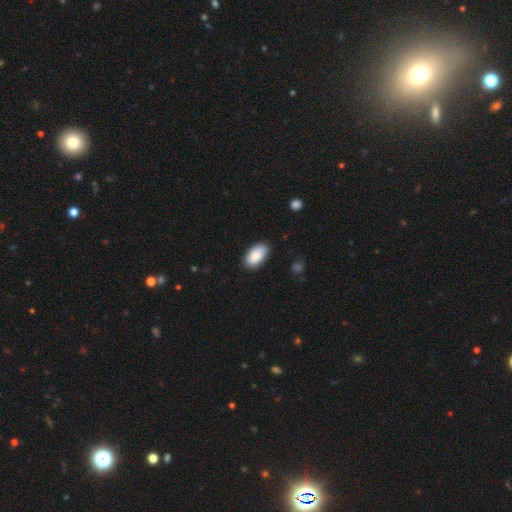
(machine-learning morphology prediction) This appears to be a smooth galaxy with no disk features (88%) that is in between round and cigar-shaped (95%). Merging: none (83%).